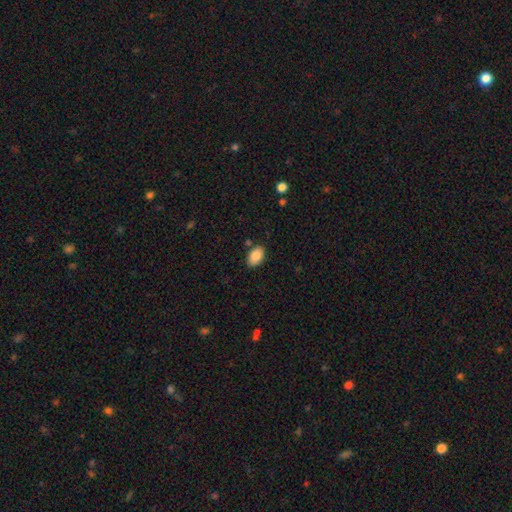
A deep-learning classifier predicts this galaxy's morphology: Smooth or featured: smooth — 88% (star or artifact — 7%)
How rounded: in between — 92% (round — 7%)
Merging: none — 83% (minor disturbance — 11%)